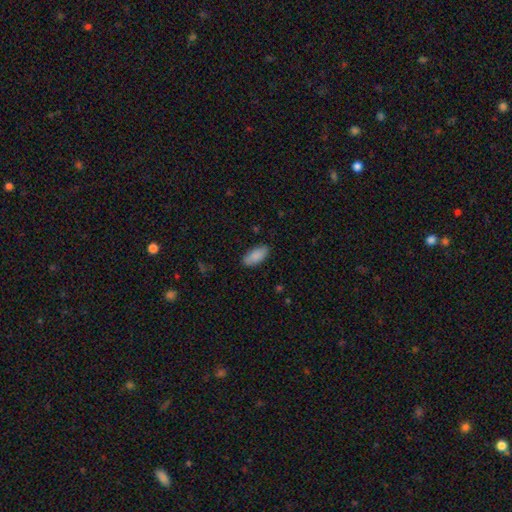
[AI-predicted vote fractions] Q: Smooth or featured?
A: smooth (87%); runner-up: featured or disk (7%)
Q: How rounded?
A: in between (91%); runner-up: cigar-shaped (7%)
Q: Merging?
A: none (83%); runner-up: minor disturbance (13%)